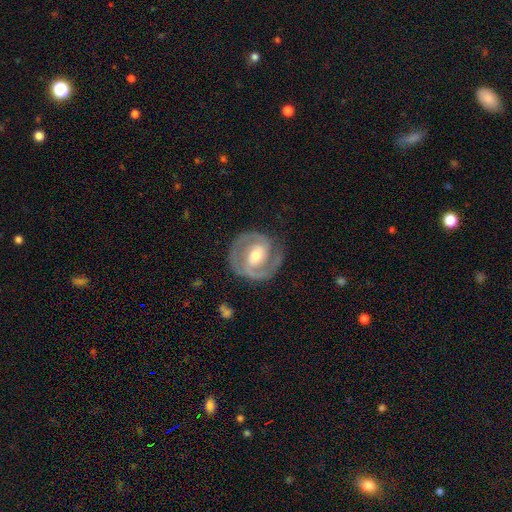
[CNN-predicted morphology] This is clearly a featured or disk galaxy (88%). It is clearly not viewed edge-on (97%). Bar: marginally weak (42%). Spiral arm pattern: clearly yes (95%). Spiral arm count: clearly 2 (85%). Spiral winding: possibly tight (55%). Central bulge: likely moderate (70%). Merging: clearly none (82%).